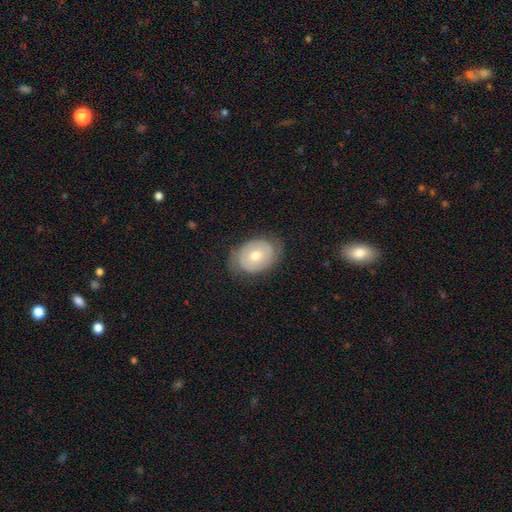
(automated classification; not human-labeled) Smooth or featured?
  - featured or disk: 56% *
  - smooth: 37%
  - star or artifact: 7%
Edge-on disk?
  - no: 95% *
  - yes: 5%
Bar?
  - no: 76% *
  - weak: 19%
  - strong: 5%
Spiral arms?
  - yes: 62% *
  - no: 38%
Bulge size?
  - moderate: 68% *
  - small: 27%
  - large: 3%
  - none: 1%
  - dominant: 1%
Merging?
  - none: 77% *
  - minor disturbance: 17%
  - major disturbance: 5%
  - merger: 1%